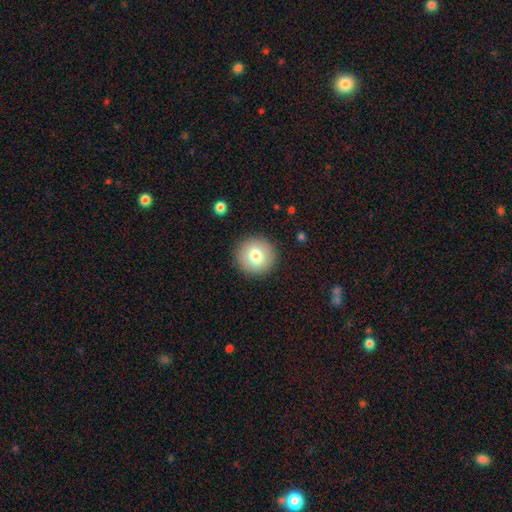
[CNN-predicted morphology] A smooth galaxy with no disk features (78%) that is round (95%).

Vote fractions:
- Smooth or featured? smooth: 78% / featured or disk: 13% / star or artifact: 9%
- How rounded? round: 95% / in between: 4% / cigar-shaped: 1%
- Merging? none: 91% / minor disturbance: 6% / major disturbance: 2% / merger: 1%